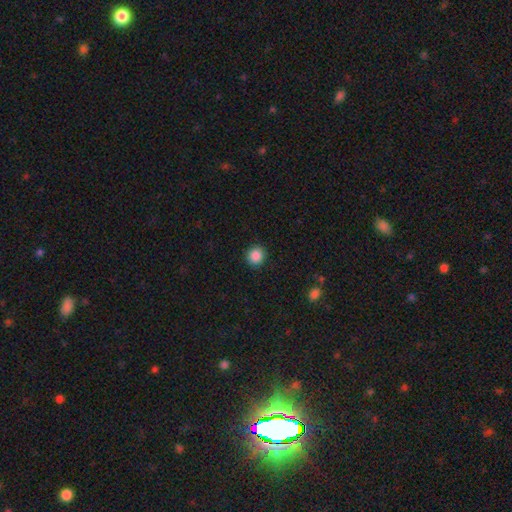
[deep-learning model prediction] Overall: smooth (88%). How rounded: round (92%). Merging: none (92%).